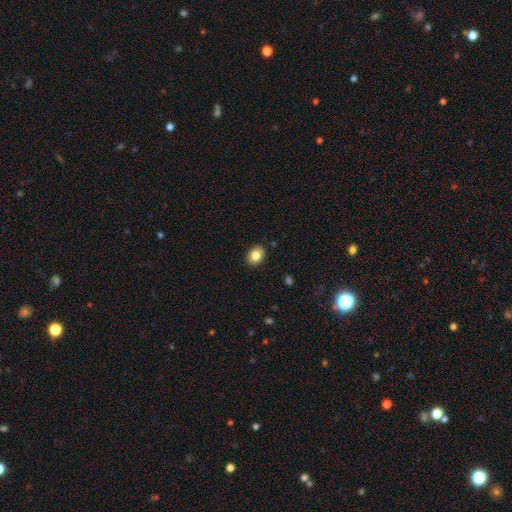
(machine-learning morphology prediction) smooth_or_featured: smooth (p=0.84) [alt: star or artifact p=0.09]
how_rounded: in between (p=0.63) [alt: round p=0.36]
merging: none (p=0.89) [alt: minor disturbance p=0.08]